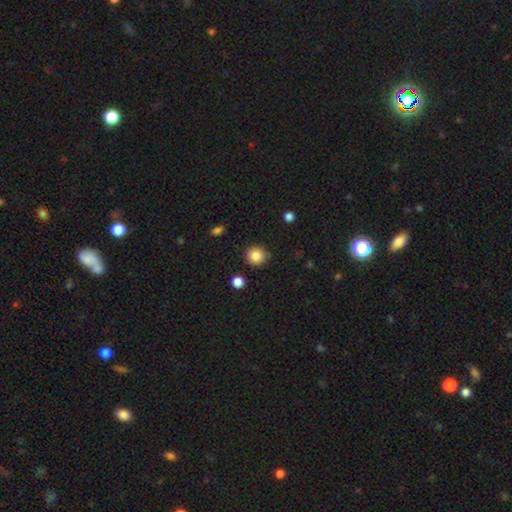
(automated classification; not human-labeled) smooth-or-featured: smooth: 86% | star or artifact: 10% | featured or disk: 5%
  how-rounded: round: 91% | in between: 8% | cigar-shaped: 1%
  merging: none: 88% | minor disturbance: 8% | merger: 2% | major disturbance: 2%